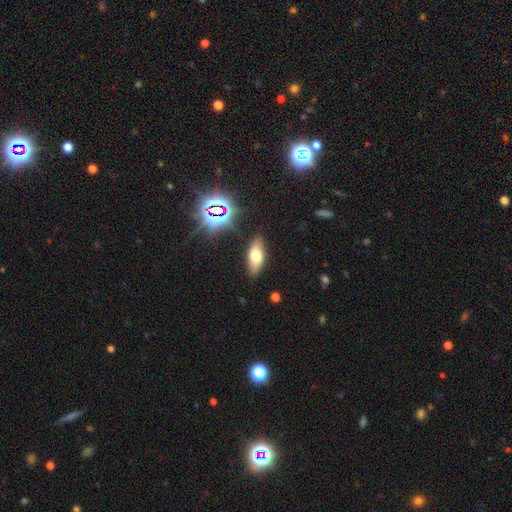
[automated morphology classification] The model was most divided on "smooth or featured": smooth: 65%, featured or disk: 22%, star or artifact: 13%. More confident: merging — none (85%); how rounded — in between (79%).